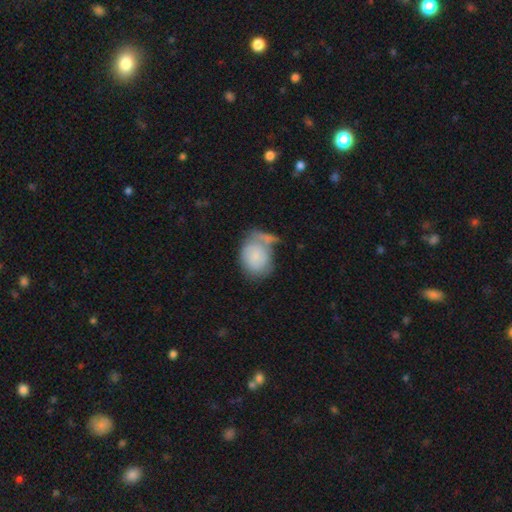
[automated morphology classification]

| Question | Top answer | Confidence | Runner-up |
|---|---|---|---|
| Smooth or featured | smooth | 72% | featured or disk (21%) |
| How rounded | in between | 57% | round (42%) |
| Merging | none | 30% | merger (28%) |